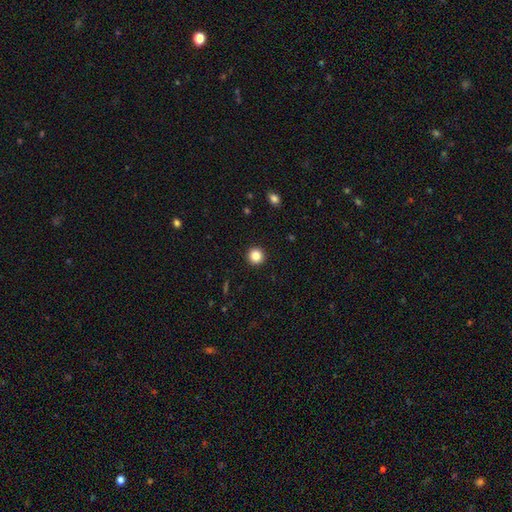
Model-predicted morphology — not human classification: type=smooth (85%); roundness=round (96%); merging=none (93%).